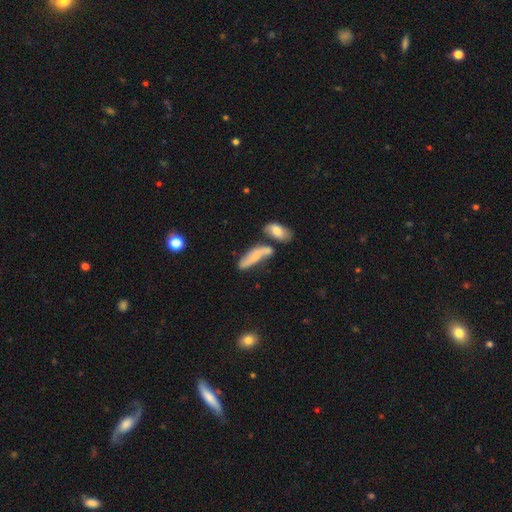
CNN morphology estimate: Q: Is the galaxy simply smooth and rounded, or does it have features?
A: smooth — 60%.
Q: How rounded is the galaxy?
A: cigar-shaped — 52%.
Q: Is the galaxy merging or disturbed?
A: none — 41%.